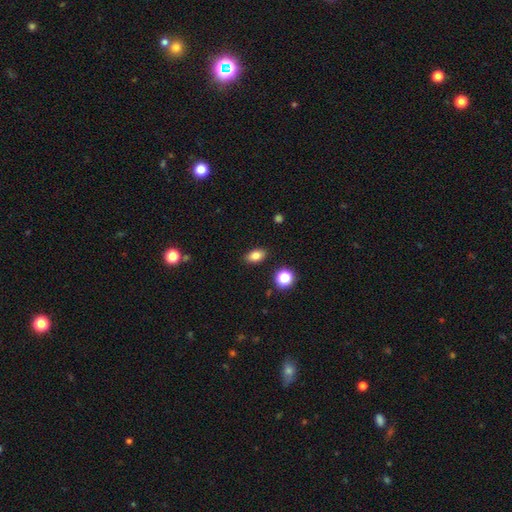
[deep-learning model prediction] Smooth or featured?
  - smooth: 81% *
  - star or artifact: 11%
  - featured or disk: 8%
How rounded?
  - in between: 85% *
  - round: 13%
  - cigar-shaped: 2%
Merging?
  - none: 88% *
  - minor disturbance: 8%
  - major disturbance: 2%
  - merger: 2%